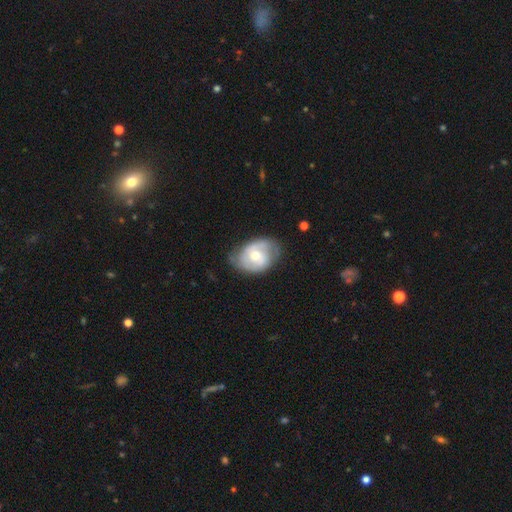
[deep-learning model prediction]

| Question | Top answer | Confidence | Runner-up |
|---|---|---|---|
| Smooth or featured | featured or disk | 69% | smooth (26%) |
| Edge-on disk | no | 96% | yes (4%) |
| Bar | no | 53% | weak (39%) |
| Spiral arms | yes | 83% | no (17%) |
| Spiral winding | medium | 43% | tight (39%) |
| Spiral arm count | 2 | 74% | can't tell (16%) |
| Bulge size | moderate | 67% | small (25%) |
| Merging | none | 65% | minor disturbance (25%) |